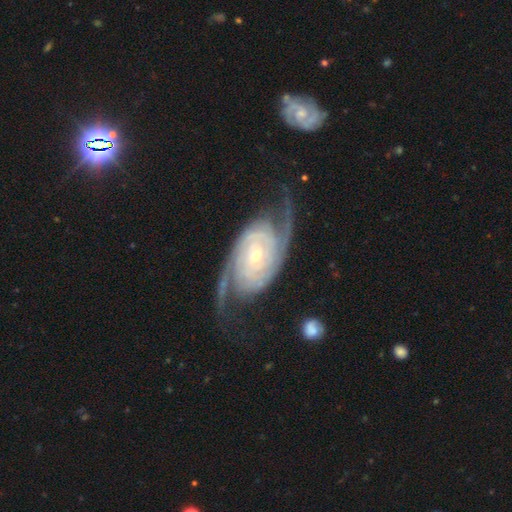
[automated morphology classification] A featured or disk galaxy (92%) with no bar (64%), 2 (78%) tight (50%) spiral arms (98%) and a small central bulge (64%). Merging: none (71%).